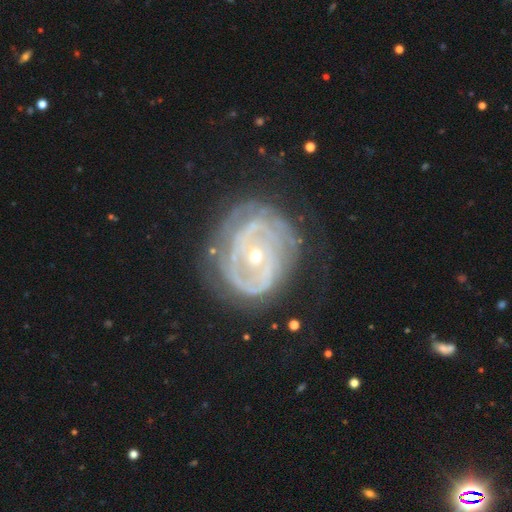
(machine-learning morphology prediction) type=featured or disk (83%); edge-on=no (97%); bar=no (71%); spiral arms=yes (82%); winding=tight (69%); arm count=can't tell (41%); bulge=small (64%); merging=none (60%).